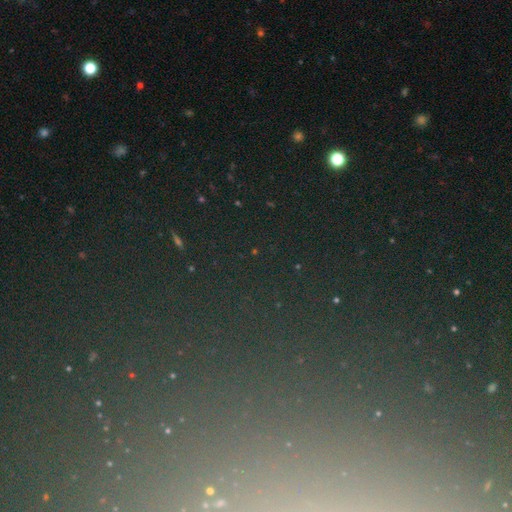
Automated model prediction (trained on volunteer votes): smooth-or-featured: star or artifact: 73% | smooth: 15% | featured or disk: 12%